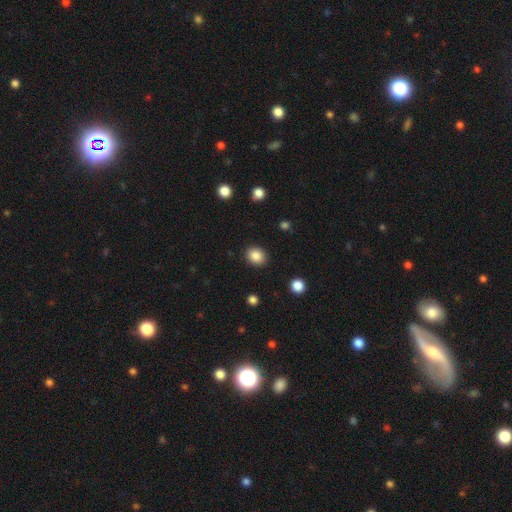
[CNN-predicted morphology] A smooth galaxy with no disk features (86%) that is round (57%). Merging: none (90%).